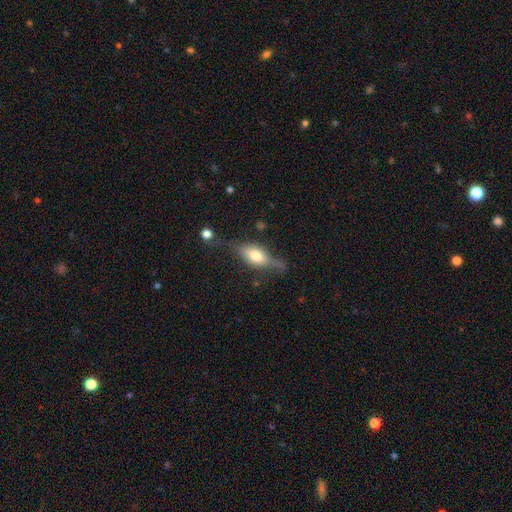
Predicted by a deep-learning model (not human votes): Smooth or featured?
  - smooth: 48% *
  - featured or disk: 44%
  - star or artifact: 8%
Merging?
  - none: 55% *
  - minor disturbance: 26%
  - major disturbance: 13%
  - merger: 5%